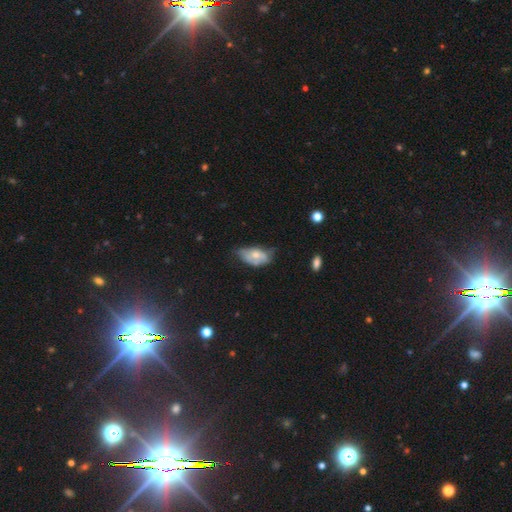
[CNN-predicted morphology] Smooth or featured? Predicted: smooth (p=0.57). How rounded? Predicted: in between (p=0.92). Merging? Predicted: minor disturbance (p=0.44).